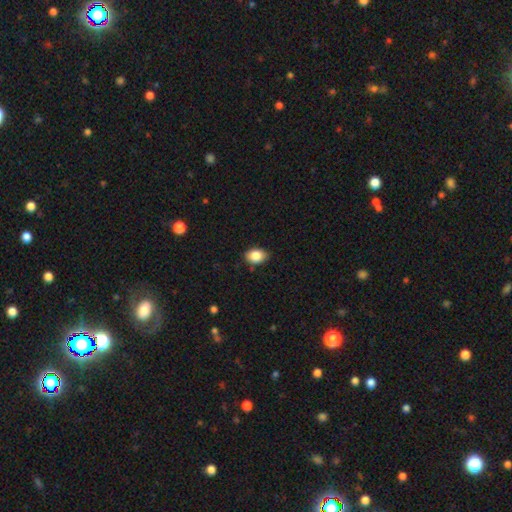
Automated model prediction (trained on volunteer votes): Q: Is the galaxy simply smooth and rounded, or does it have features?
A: smooth — 85%.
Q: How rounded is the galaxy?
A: in between — 79%.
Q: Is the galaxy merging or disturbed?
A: none — 82%.